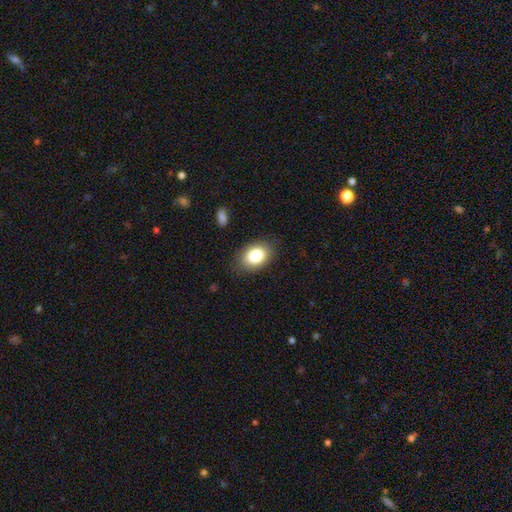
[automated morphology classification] This appears to be a smooth galaxy with no disk features (83%) that is in between round and cigar-shaped (78%). Merging: none (83%).